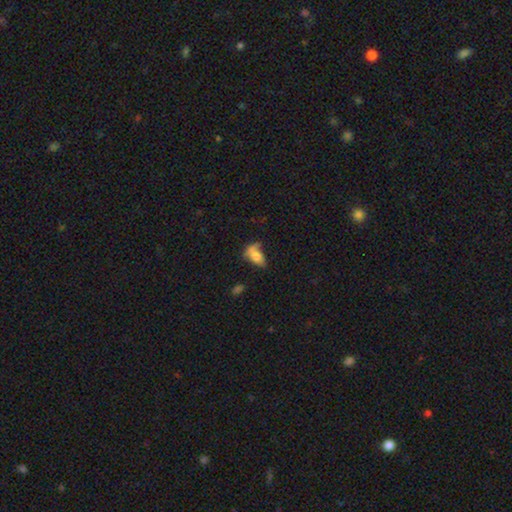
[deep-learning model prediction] smooth_or_featured: smooth (p=0.70) [alt: featured or disk p=0.19]
how_rounded: in between (p=0.82) [alt: round p=0.10]
merging: none (p=0.32) [alt: minor disturbance p=0.23]